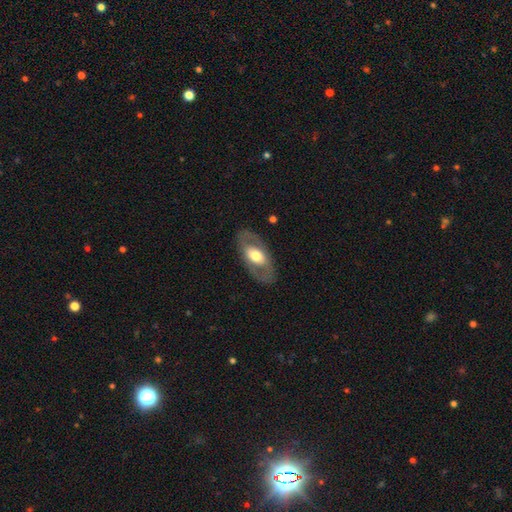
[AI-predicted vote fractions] Q: Smooth or featured?
A: featured or disk (55%); runner-up: smooth (40%)
Q: Edge-on disk?
A: no (86%); runner-up: yes (14%)
Q: Merging?
A: none (82%); runner-up: minor disturbance (12%)